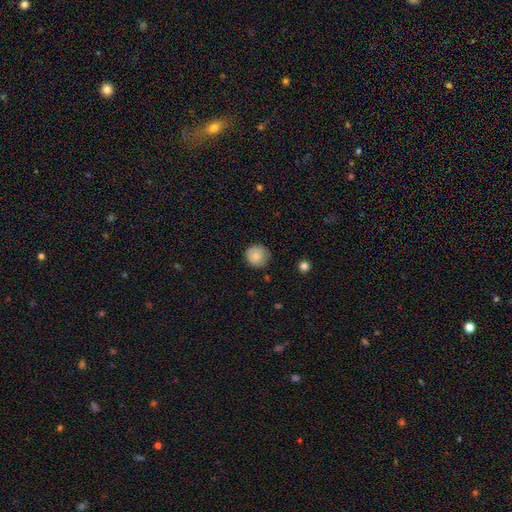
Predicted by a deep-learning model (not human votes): Smooth or featured?
  - smooth: 81% *
  - featured or disk: 11%
  - star or artifact: 8%
How rounded?
  - round: 94% *
  - in between: 5%
  - cigar-shaped: 1%
Merging?
  - none: 83% *
  - minor disturbance: 13%
  - major disturbance: 3%
  - merger: 1%